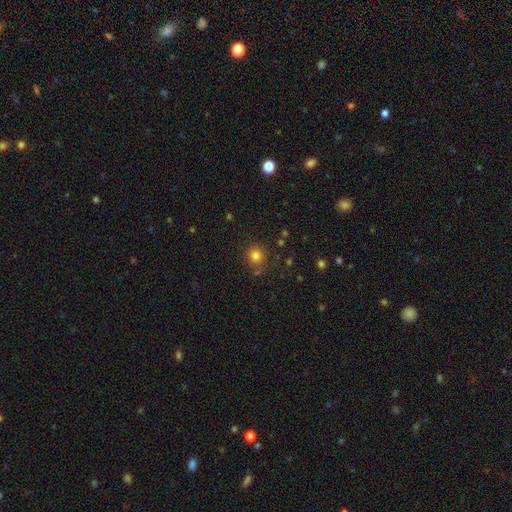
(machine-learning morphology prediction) Smooth or featured: smooth — 80% (star or artifact — 14%)
How rounded: round — 90% (in between — 9%)
Merging: none — 83% (minor disturbance — 9%)